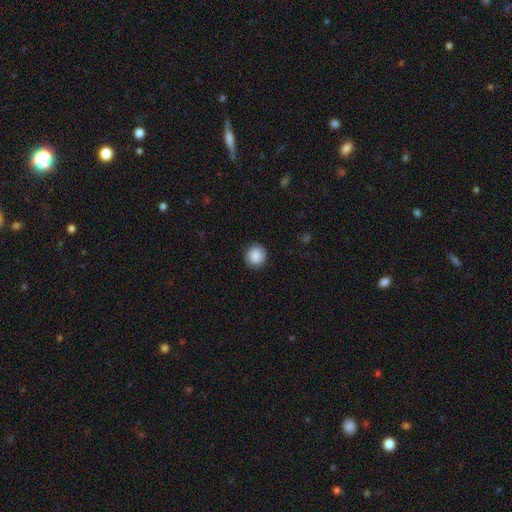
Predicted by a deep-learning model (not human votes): Smooth or featured? smooth (87%)
How rounded? round (88%)
Merging? none (87%)